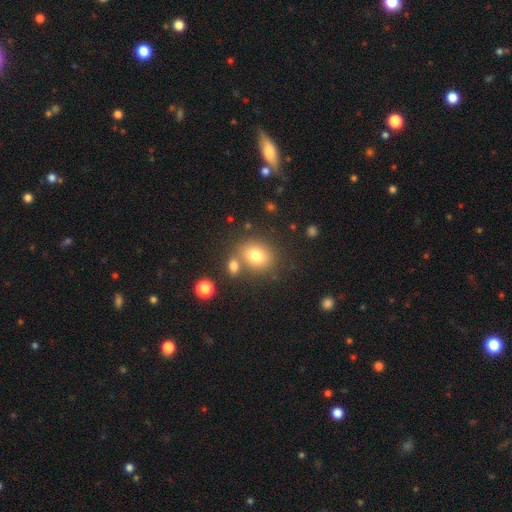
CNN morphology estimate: This appears to be a smooth galaxy with no disk features (78%) that is round (56%). Merging: none (63%).